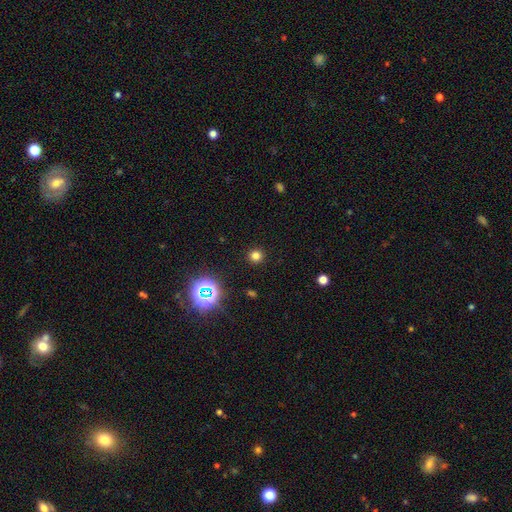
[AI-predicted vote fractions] Smooth or featured?
  - smooth: 75% *
  - star or artifact: 20%
  - featured or disk: 5%
How rounded?
  - round: 93% *
  - in between: 6%
  - cigar-shaped: 1%
Merging?
  - none: 92% *
  - minor disturbance: 5%
  - major disturbance: 2%
  - merger: 1%